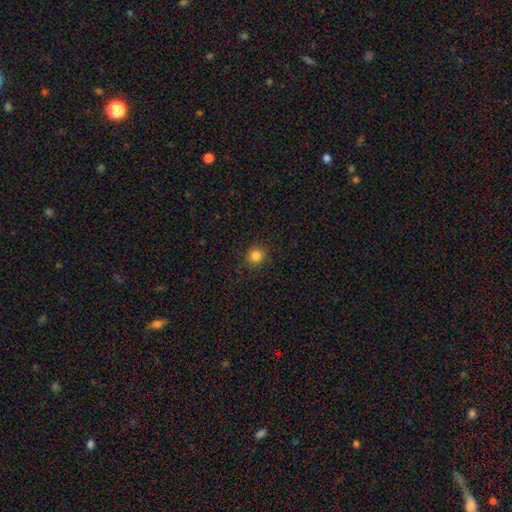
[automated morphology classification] This is clearly a smooth galaxy (84%). How rounded: clearly round (81%). Merging: clearly none (88%).